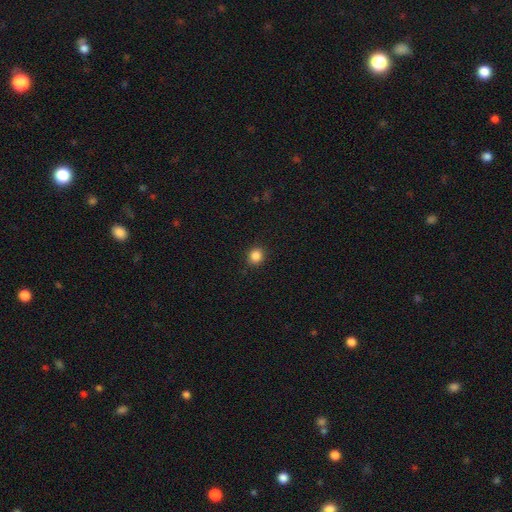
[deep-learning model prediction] The model was most divided on "how rounded": round: 85%, in between: 14%, cigar-shaped: 1%. More confident: merging — none (91%); smooth or featured — smooth (86%).